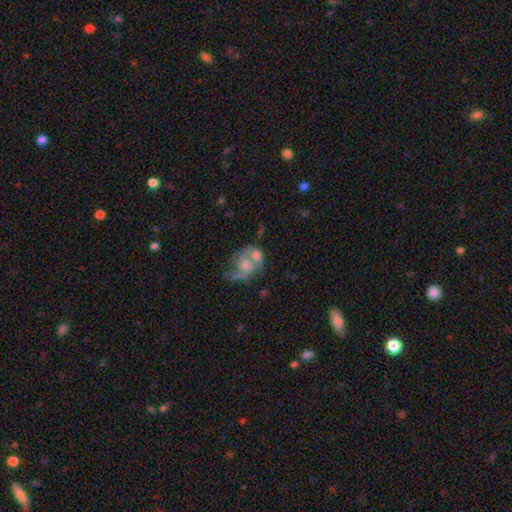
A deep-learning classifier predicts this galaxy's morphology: The model was most divided on "spiral winding": medium: 47%, loose: 33%, tight: 19%. Remaining: edge-on disk — no (97%); spiral arms — yes (83%); smooth or featured — featured or disk (68%); spiral arm count — 2 (68%); bar — no (66%); bulge size — moderate (49%); merging — none (46%).